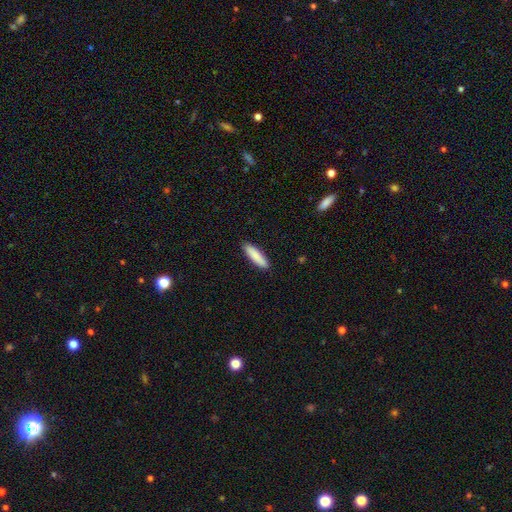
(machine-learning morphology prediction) Overall: smooth (87%). How rounded: cigar-shaped (71%). Merging: none (90%).